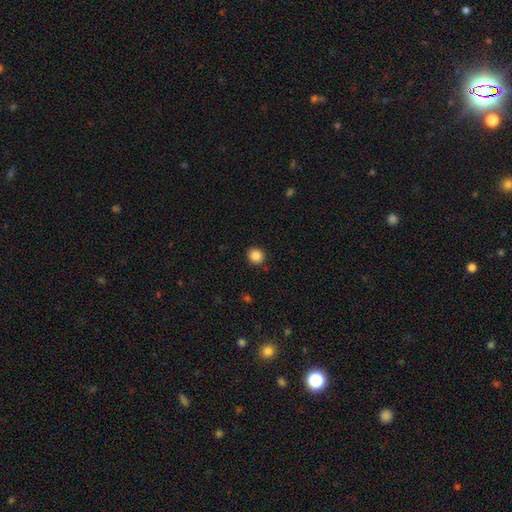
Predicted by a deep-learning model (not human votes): Q: Smooth or featured?
A: smooth (86%); runner-up: star or artifact (10%)
Q: How rounded?
A: round (89%); runner-up: in between (10%)
Q: Merging?
A: none (91%); runner-up: minor disturbance (6%)